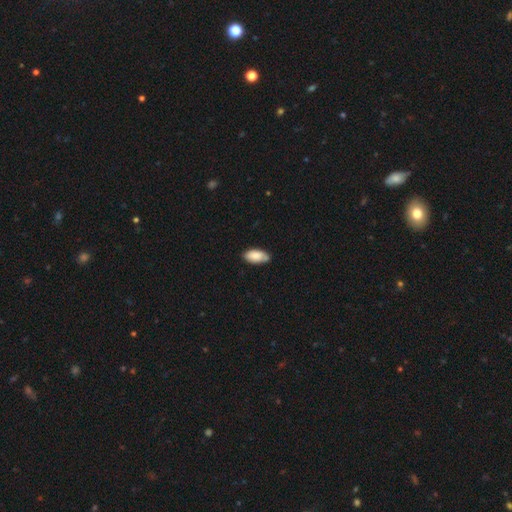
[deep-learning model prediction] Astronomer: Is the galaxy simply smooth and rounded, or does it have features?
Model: smooth — 84%.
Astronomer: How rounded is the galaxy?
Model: in between — 93%.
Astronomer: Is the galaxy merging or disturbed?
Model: none — 73%.